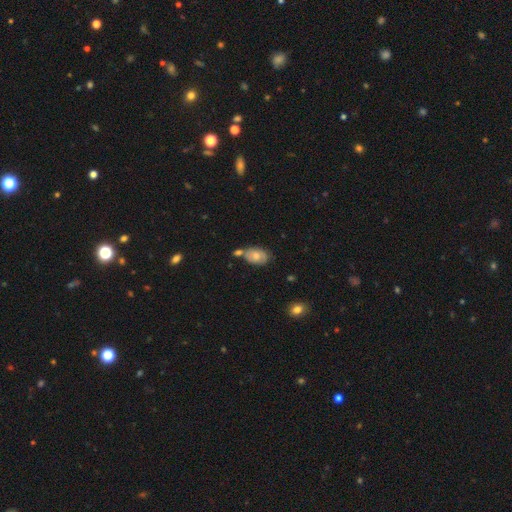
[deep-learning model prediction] Morphology: type=smooth (59%); roundness=in between (82%); merging=none (51%).